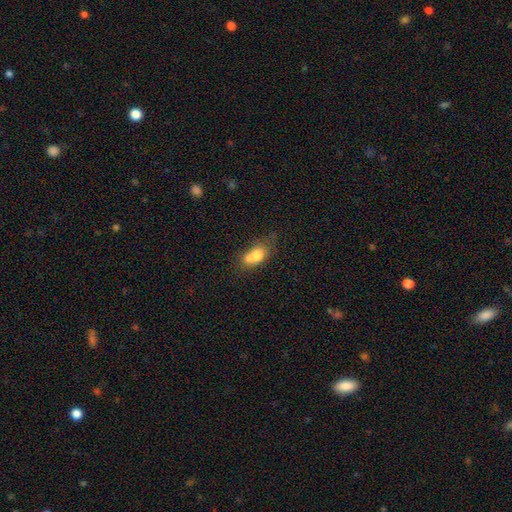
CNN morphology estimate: This is likely a smooth galaxy (71%). How rounded: likely in between (71%). Merging: possibly merger (48%).